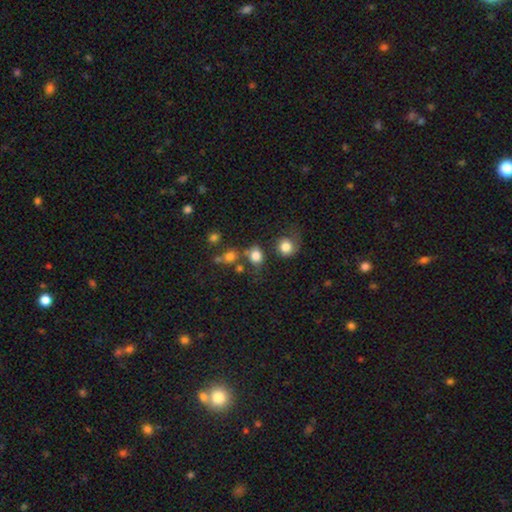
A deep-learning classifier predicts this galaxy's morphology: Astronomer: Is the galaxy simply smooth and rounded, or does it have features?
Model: smooth — 79%.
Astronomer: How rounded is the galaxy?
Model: round — 61% (runner-up: in between, 38%).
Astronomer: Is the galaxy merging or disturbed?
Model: none — 55%.